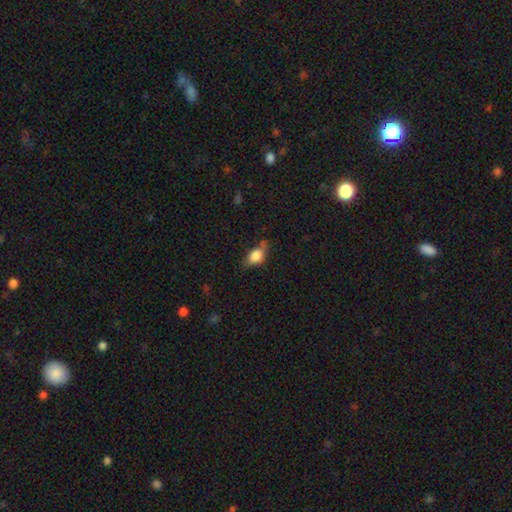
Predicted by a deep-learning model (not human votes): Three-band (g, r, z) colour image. It shows a smooth galaxy with no disk features (72%) that is in between round and cigar-shaped (76%). Merging: none (54%).